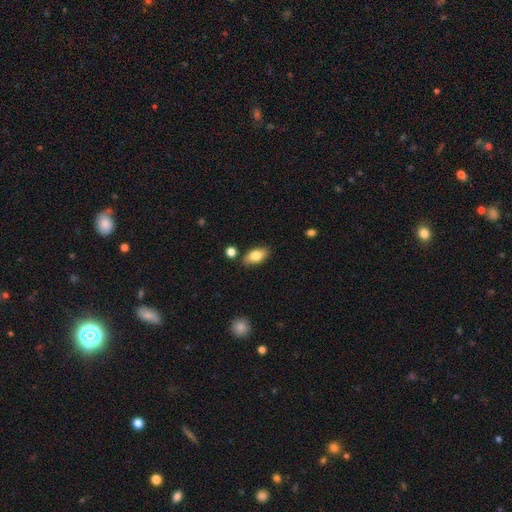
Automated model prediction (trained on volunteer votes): Overall: smooth (79%). How rounded: in between (89%). Merging: none (83%).